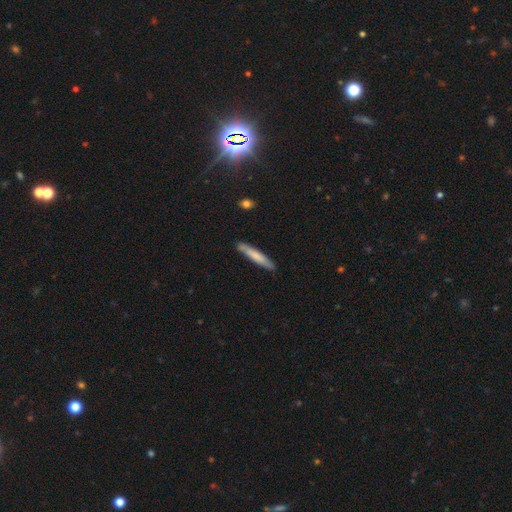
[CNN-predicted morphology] A smooth galaxy with no disk features (70%) that is cigar-shaped (93%). Merging: none (85%).